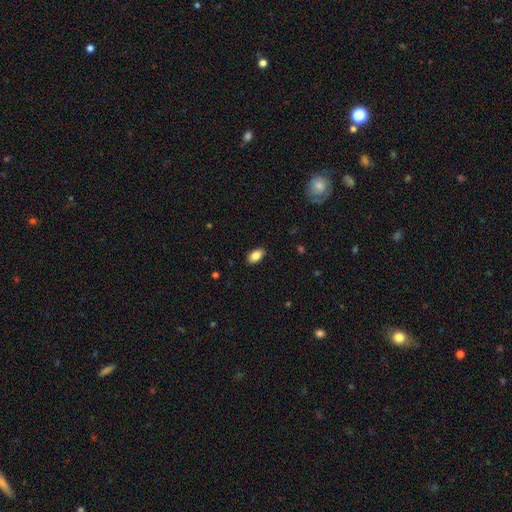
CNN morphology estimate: Smooth or featured: smooth — 84% (featured or disk — 9%)
How rounded: in between — 92% (round — 5%)
Merging: none — 88% (minor disturbance — 9%)